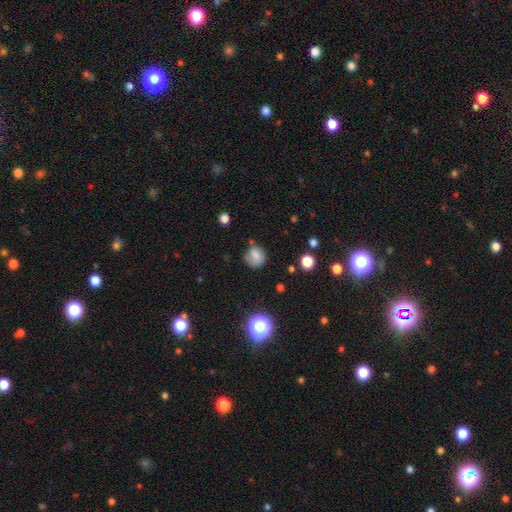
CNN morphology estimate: Overall: smooth (74%). How rounded: round (73%). Merging: none (58%; minor disturbance 27%).